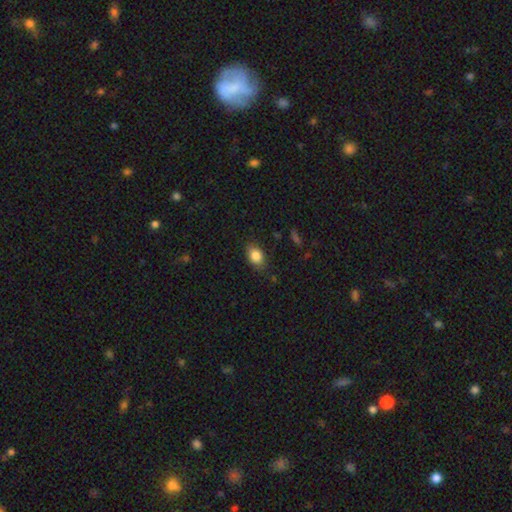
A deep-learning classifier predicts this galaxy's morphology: smooth_or_featured: smooth (p=0.85) [alt: star or artifact p=0.08]
how_rounded: in between (p=0.79) [alt: round p=0.20]
merging: none (p=0.80) [alt: minor disturbance p=0.15]